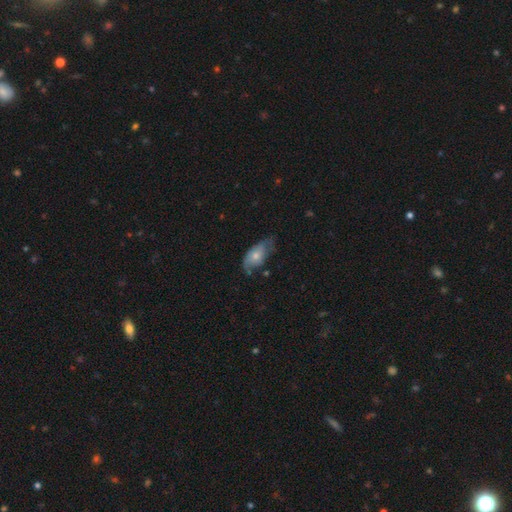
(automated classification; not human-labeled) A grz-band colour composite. It shows a smooth galaxy with no disk features (51%) that is in between round and cigar-shaped (88%). Merging: none (43%).